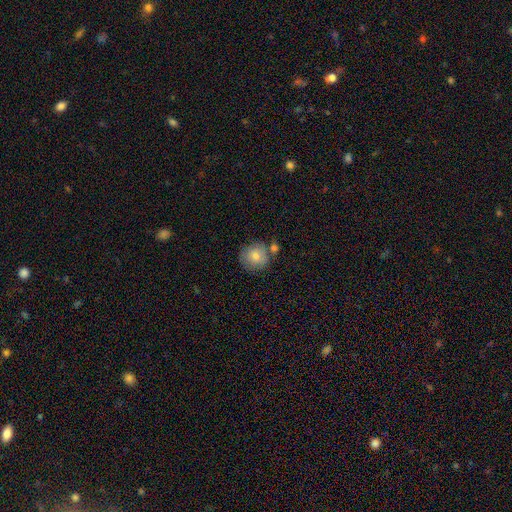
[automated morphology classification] smooth-or-featured: smooth: 74% | featured or disk: 18% | star or artifact: 9%
  how-rounded: round: 89% | in between: 10% | cigar-shaped: 1%
  merging: none: 67% | merger: 15% | minor disturbance: 14% | major disturbance: 4%